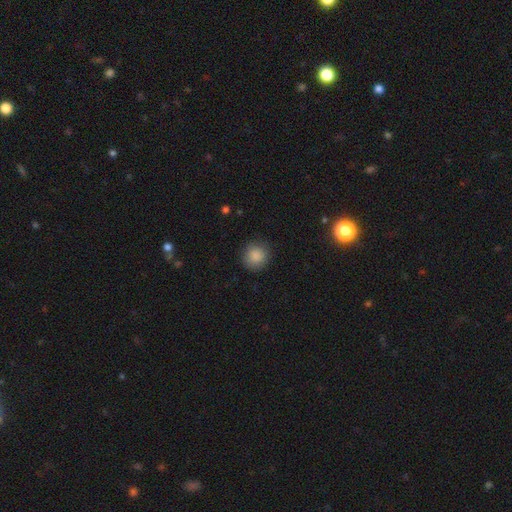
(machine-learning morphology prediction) smooth 88%, star or artifact 8%, featured or disk 4%. Down the decision tree: how rounded — round (92%); merging — none (88%).